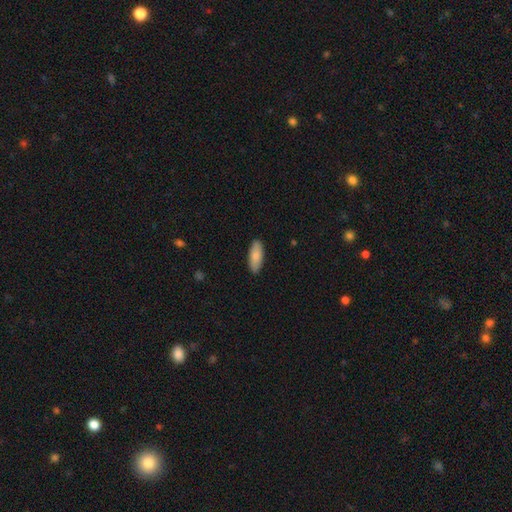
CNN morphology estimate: This appears to be a smooth galaxy with no disk features (84%) that is in between round and cigar-shaped (75%). Merging: none (89%).